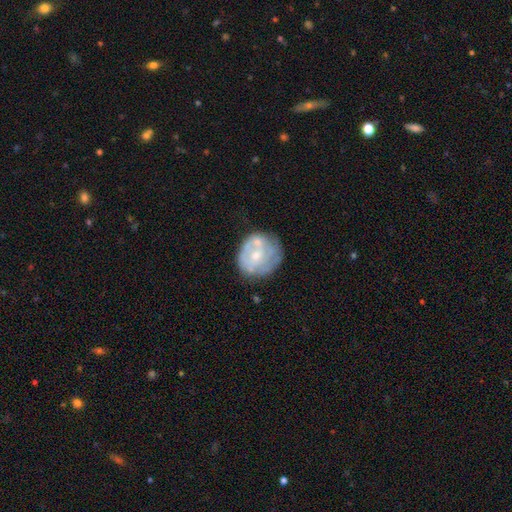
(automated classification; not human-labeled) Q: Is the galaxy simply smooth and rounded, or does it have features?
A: featured or disk — 60%.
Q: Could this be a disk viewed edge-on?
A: no — 98%.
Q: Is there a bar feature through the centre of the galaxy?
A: no — 77%.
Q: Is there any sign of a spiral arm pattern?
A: no — 56%.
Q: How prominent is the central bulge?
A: small — 48%.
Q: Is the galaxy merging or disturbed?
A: none — 56%.